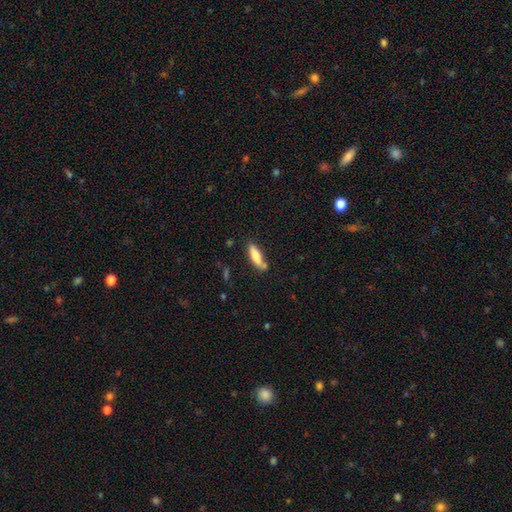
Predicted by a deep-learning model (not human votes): smooth_or_featured: smooth (p=0.78) [alt: featured or disk p=0.15]
how_rounded: cigar-shaped (p=0.55) [alt: in between p=0.43]
merging: none (p=0.70) [alt: minor disturbance p=0.18]